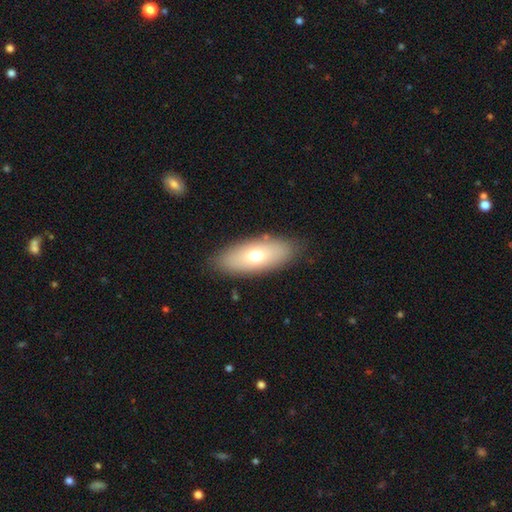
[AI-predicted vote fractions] A smooth galaxy with no disk features (67%) that is in between round and cigar-shaped (82%). Merging: none (86%).